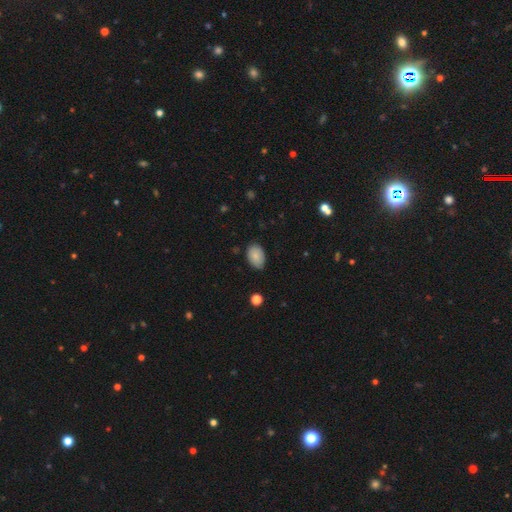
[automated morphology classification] smooth_or_featured: smooth (p=0.83) [alt: featured or disk p=0.09]
how_rounded: in between (p=0.86) [alt: round p=0.12]
merging: none (p=0.75) [alt: minor disturbance p=0.20]